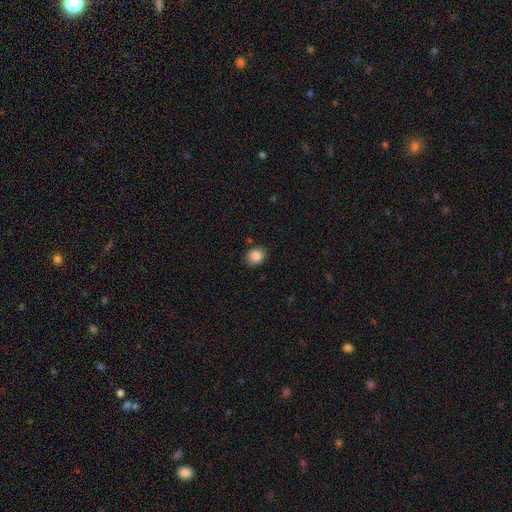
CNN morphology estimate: type=smooth (86%); roundness=round (64%); merging=none (86%).